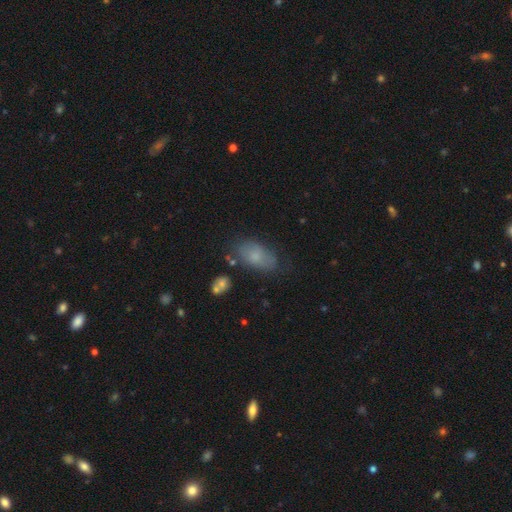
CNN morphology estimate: Smooth or featured?
  - smooth: 71% *
  - featured or disk: 19%
  - star or artifact: 10%
How rounded?
  - in between: 90% *
  - round: 6%
  - cigar-shaped: 4%
Merging?
  - none: 64% *
  - minor disturbance: 23%
  - major disturbance: 9%
  - merger: 5%